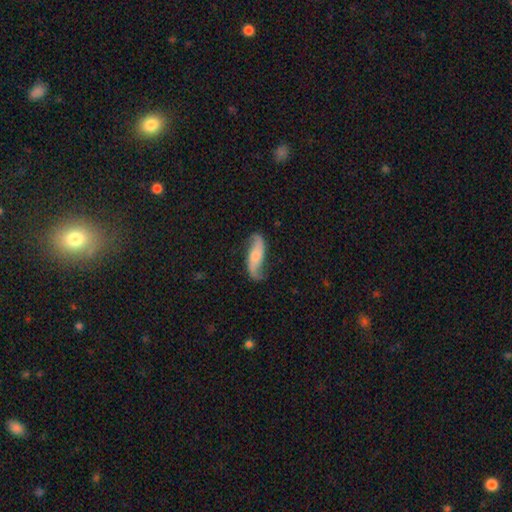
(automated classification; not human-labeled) This appears to be a featured or disk galaxy (73%) with no bar (60%), 2 (92%) loose (82%) spiral arms (94%) and a small central bulge (45%). Merging: none (73%).